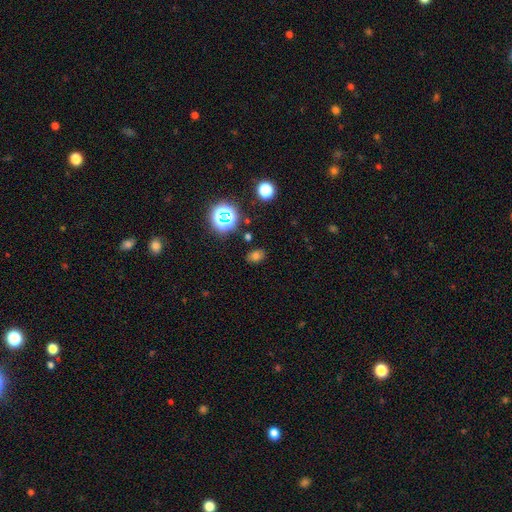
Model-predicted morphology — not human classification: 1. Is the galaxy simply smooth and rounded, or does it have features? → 66% smooth, 26% star or artifact, 8% featured or disk.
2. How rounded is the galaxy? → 68% in between, 31% round, 1% cigar-shaped.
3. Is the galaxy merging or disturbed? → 83% none, 11% minor disturbance, 3% major disturbance, 2% merger.